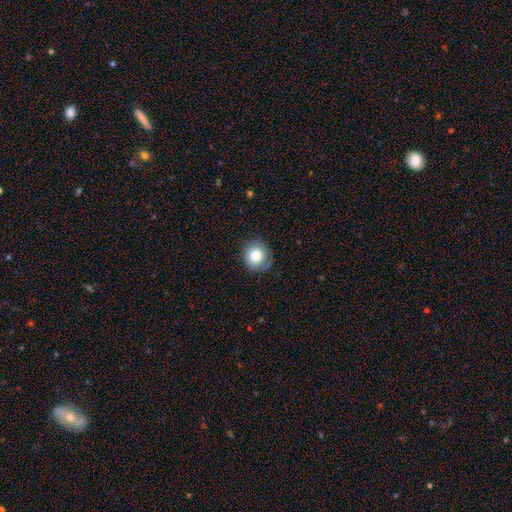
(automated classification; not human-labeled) Q: Smooth or featured?
A: smooth (75%); runner-up: featured or disk (16%)
Q: How rounded?
A: round (91%); runner-up: in between (9%)
Q: Merging?
A: none (75%); runner-up: minor disturbance (18%)